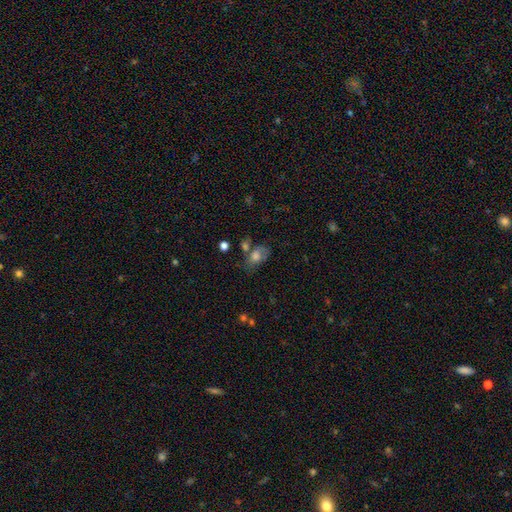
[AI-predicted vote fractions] Morphology: type=smooth (66%); roundness=in between (82%); merging=none (44%).